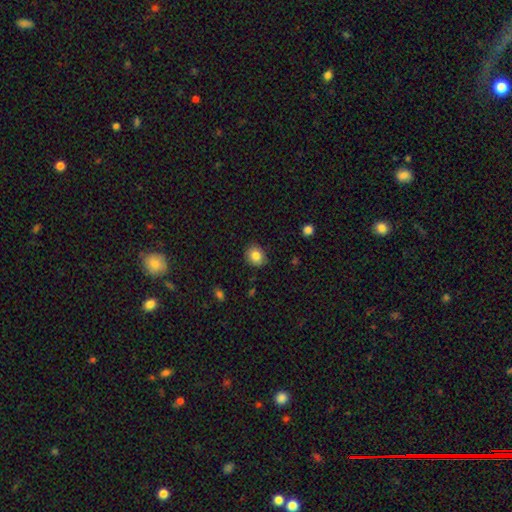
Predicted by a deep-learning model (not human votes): Smooth or featured?
  - smooth: 83% *
  - star or artifact: 9%
  - featured or disk: 7%
How rounded?
  - round: 67% *
  - in between: 32%
  - cigar-shaped: 1%
Merging?
  - none: 87% *
  - minor disturbance: 10%
  - major disturbance: 2%
  - merger: 1%